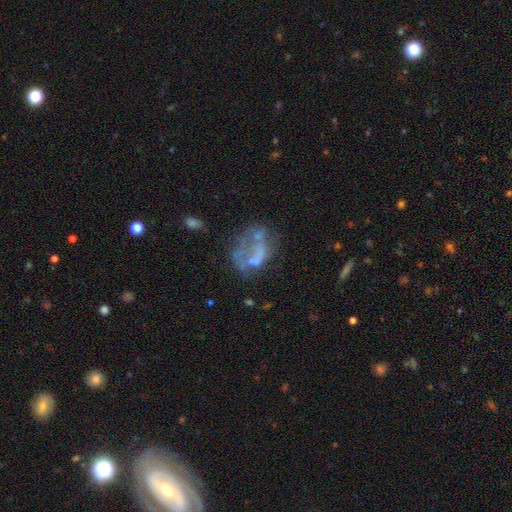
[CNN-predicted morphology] Smooth or featured: featured or disk — 55% (smooth — 30%)
Edge-on disk: no — 98% (yes — 2%)
Bar: no — 89% (weak — 8%)
Spiral arms: no — 91% (yes — 9%)
Bulge size: none — 74% (small — 12%)
Merging: major disturbance — 34% (none — 31%)